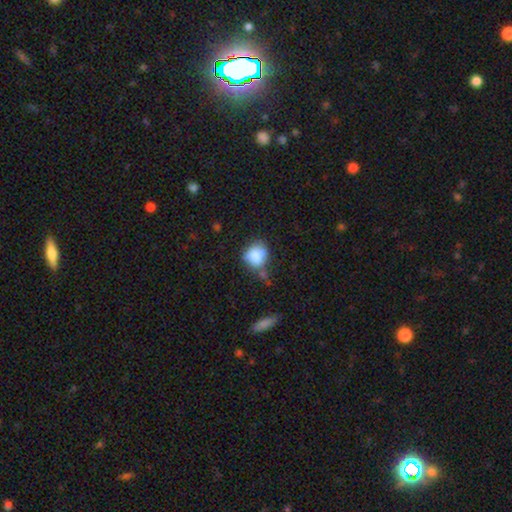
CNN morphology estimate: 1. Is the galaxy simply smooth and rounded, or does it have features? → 81% smooth, 10% featured or disk, 9% star or artifact.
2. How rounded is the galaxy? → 69% round, 30% in between, 1% cigar-shaped.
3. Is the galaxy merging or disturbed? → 53% none, 26% minor disturbance, 12% merger, 8% major disturbance.